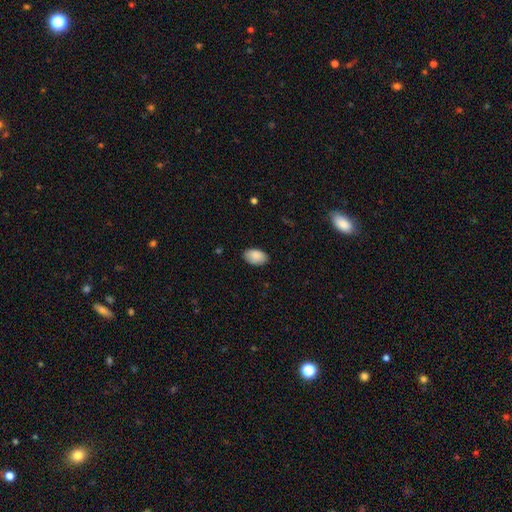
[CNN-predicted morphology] A smooth galaxy with no disk features (89%) that is in between round and cigar-shaped (92%). Merging: none (85%).